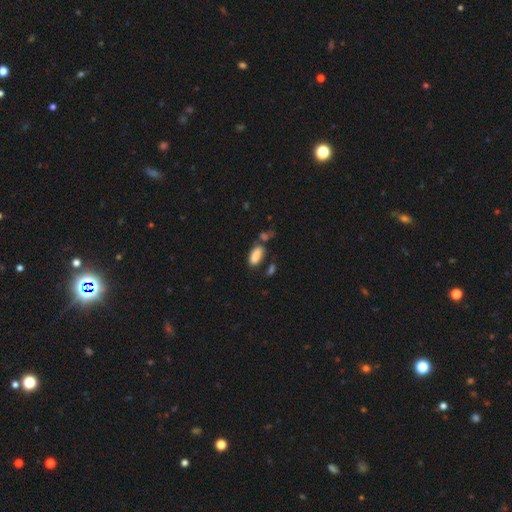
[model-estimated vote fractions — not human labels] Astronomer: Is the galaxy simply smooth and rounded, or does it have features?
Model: smooth — 86%.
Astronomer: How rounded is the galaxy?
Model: in between — 89%.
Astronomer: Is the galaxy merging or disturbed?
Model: none — 58%.